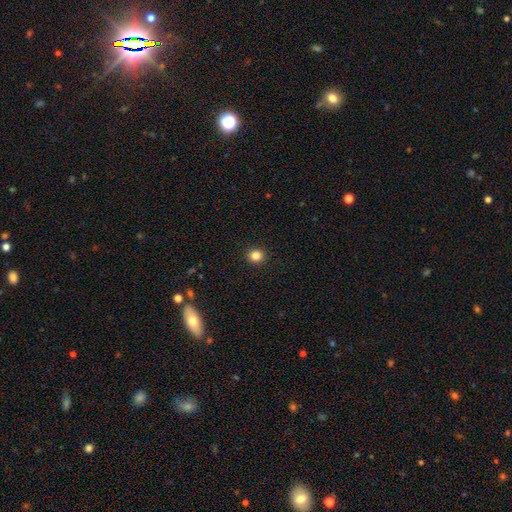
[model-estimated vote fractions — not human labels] Morphology: type=smooth (83%); roundness=round (90%); merging=none (93%).